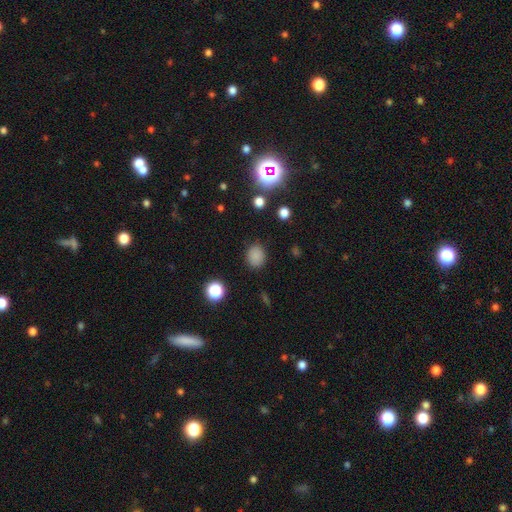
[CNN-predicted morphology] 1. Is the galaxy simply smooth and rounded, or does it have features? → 83% smooth, 13% star or artifact, 4% featured or disk.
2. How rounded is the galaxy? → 60% round, 39% in between, 1% cigar-shaped.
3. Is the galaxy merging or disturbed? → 85% none, 10% minor disturbance, 3% major disturbance, 1% merger.